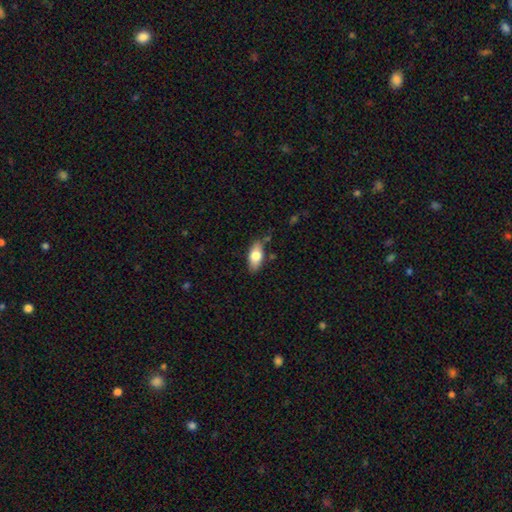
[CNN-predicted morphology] Q: Smooth or featured?
A: smooth (75%); runner-up: featured or disk (18%)
Q: How rounded?
A: in between (88%); runner-up: cigar-shaped (9%)
Q: Merging?
A: none (76%); runner-up: minor disturbance (17%)